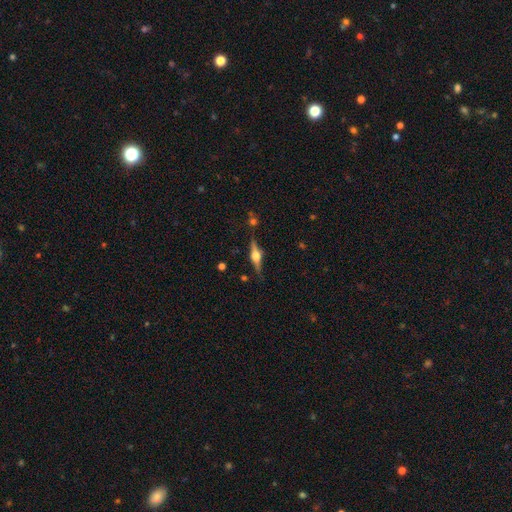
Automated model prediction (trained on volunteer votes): Q: Smooth or featured?
A: featured or disk (80%); runner-up: smooth (14%)
Q: Edge-on disk?
A: yes (98%); runner-up: no (2%)
Q: Edge-on bulge?
A: rounded (94%); runner-up: boxy (5%)
Q: Merging?
A: none (85%); runner-up: minor disturbance (10%)